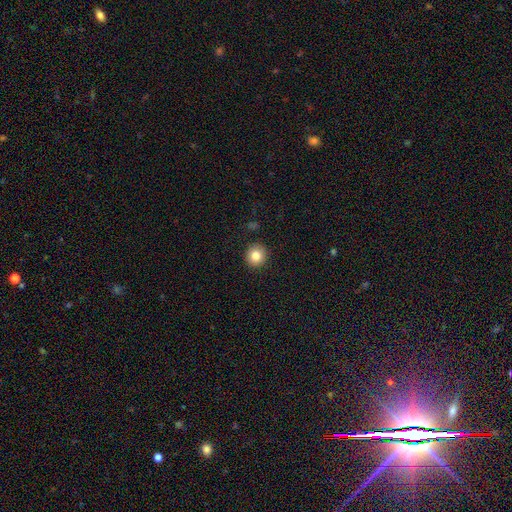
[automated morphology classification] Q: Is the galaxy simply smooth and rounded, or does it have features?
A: smooth — 83%.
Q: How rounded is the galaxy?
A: round — 92%.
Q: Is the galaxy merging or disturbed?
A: none — 92%.